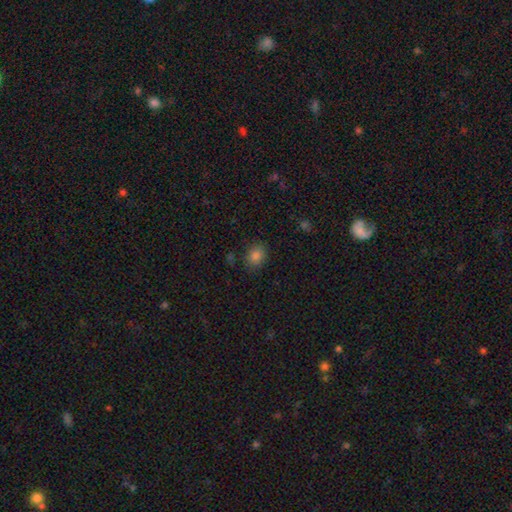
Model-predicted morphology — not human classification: smooth-or-featured: smooth: 82% | star or artifact: 13% | featured or disk: 5%
  how-rounded: round: 55% | in between: 44% | cigar-shaped: 1%
  merging: none: 84% | minor disturbance: 11% | major disturbance: 3% | merger: 2%